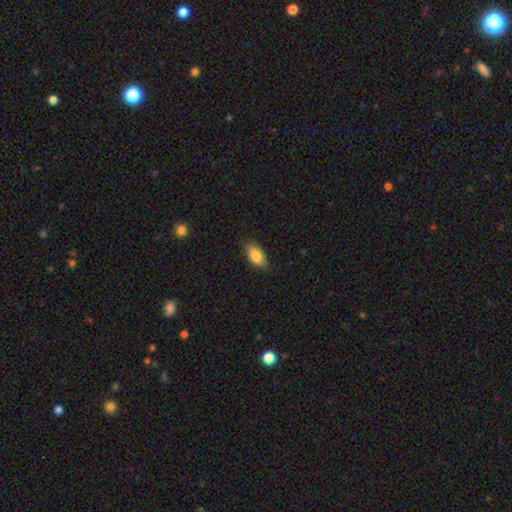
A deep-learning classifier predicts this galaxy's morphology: The model was most divided on "merging": none: 81%, minor disturbance: 15%, major disturbance: 3%, merger: 1%. More confident: how rounded — in between (91%); smooth or featured — smooth (83%).